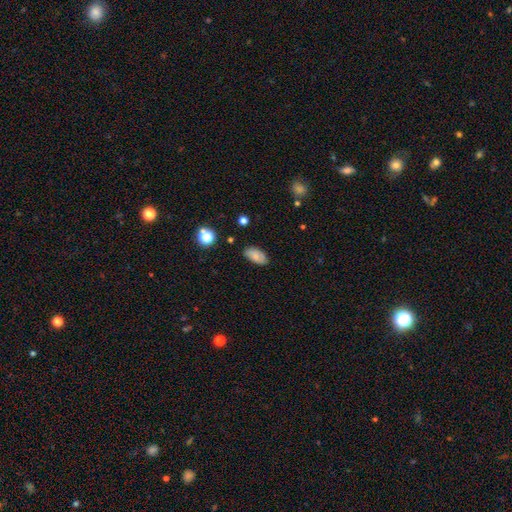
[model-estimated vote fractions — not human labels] This is likely a smooth galaxy (75%). How rounded: clearly in between (93%). Merging: clearly none (81%).